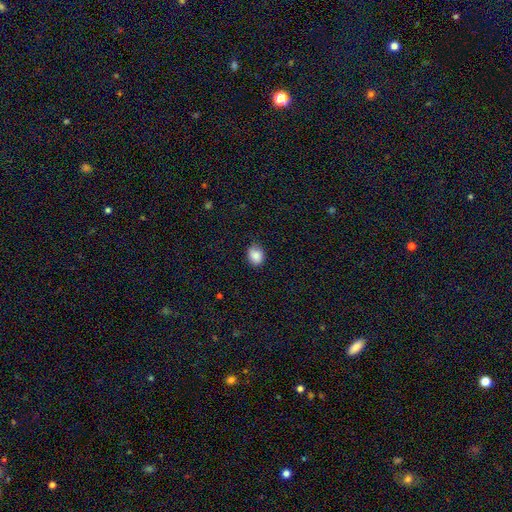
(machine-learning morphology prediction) This appears to be a smooth galaxy with no disk features (86%) that is in between round and cigar-shaped (50%). Merging: none (76%).